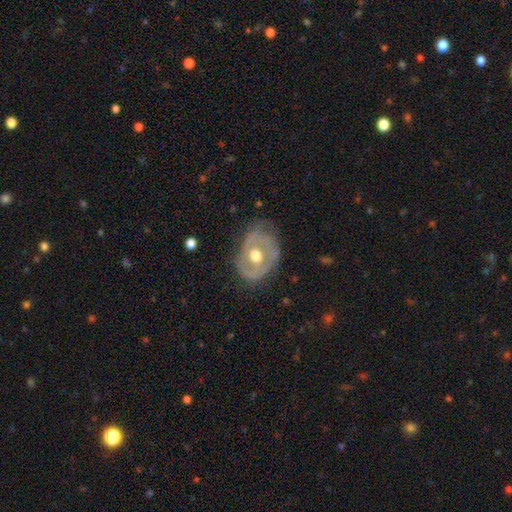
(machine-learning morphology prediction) This appears to be a featured or disk galaxy (65%) with no bar (76%), no spiral arms (62%) and a moderate central bulge (76%). Merging: none (54%).